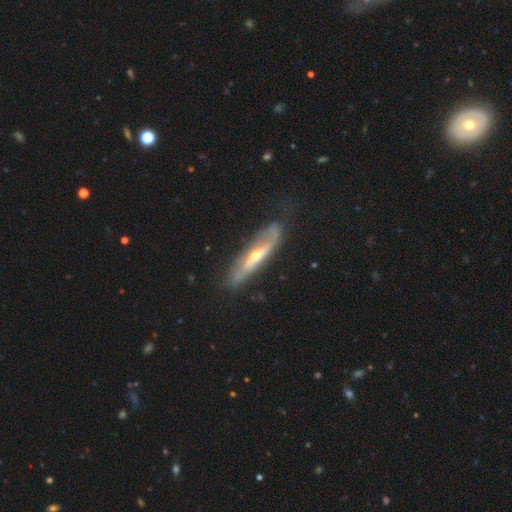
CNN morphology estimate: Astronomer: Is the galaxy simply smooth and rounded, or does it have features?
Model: featured or disk — 73%.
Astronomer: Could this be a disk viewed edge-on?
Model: yes — 55% (runner-up: no, 45%).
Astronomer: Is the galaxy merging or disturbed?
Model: none — 71%.